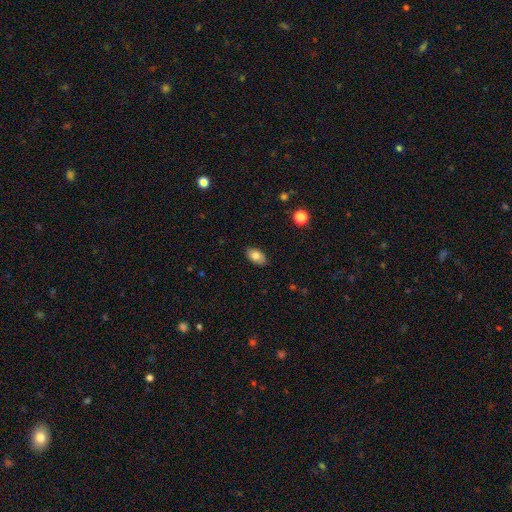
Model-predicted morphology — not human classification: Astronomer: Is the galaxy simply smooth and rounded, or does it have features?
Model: smooth — 80%.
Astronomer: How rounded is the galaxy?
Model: in between — 92%.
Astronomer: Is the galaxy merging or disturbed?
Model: none — 87%.